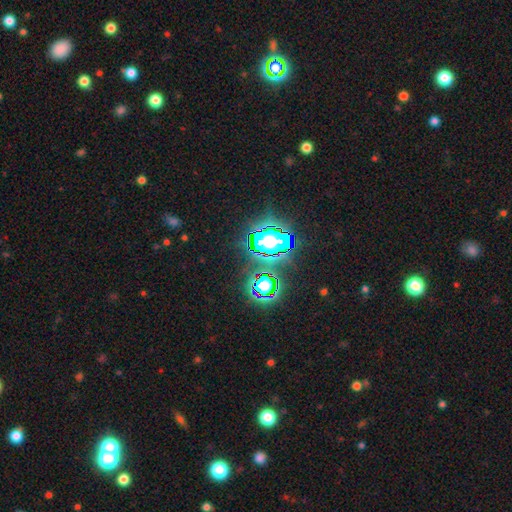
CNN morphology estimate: Overall: star or artifact (81%).